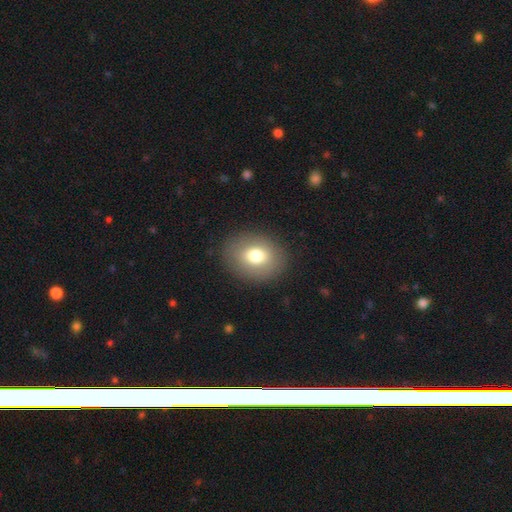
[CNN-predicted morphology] Q: Smooth or featured?
A: smooth (75%); runner-up: featured or disk (15%)
Q: How rounded?
A: round (50%); runner-up: in between (49%)
Q: Merging?
A: none (87%); runner-up: minor disturbance (8%)